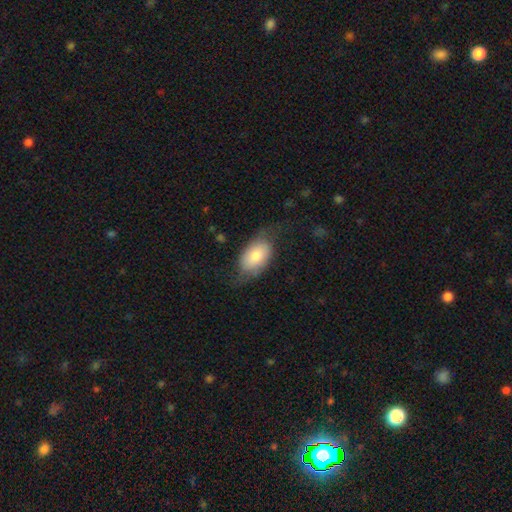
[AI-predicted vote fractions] Smooth or featured: smooth — 69% (featured or disk — 24%)
How rounded: in between — 91% (round — 8%)
Merging: none — 55% (minor disturbance — 27%)